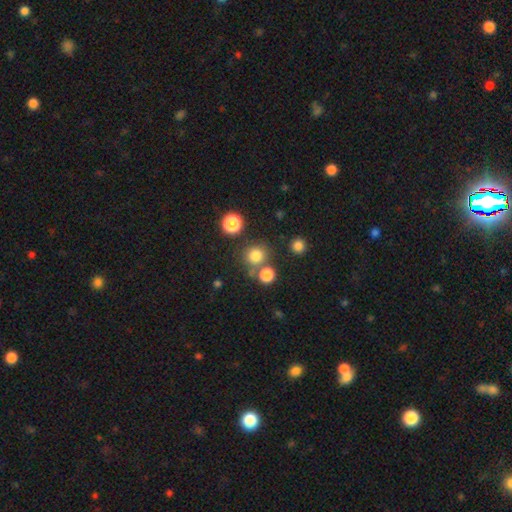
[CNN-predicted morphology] smooth-or-featured: smooth: 78% | star or artifact: 16% | featured or disk: 6%
  how-rounded: round: 90% | in between: 9% | cigar-shaped: 1%
  merging: none: 72% | merger: 16% | minor disturbance: 9% | major disturbance: 4%